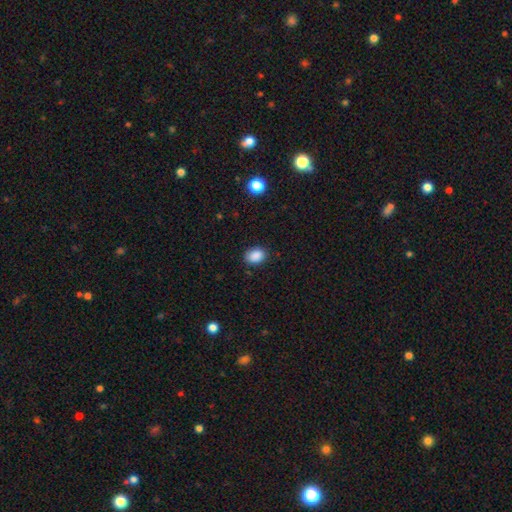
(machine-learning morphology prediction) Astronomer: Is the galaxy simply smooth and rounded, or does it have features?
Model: smooth — 88%.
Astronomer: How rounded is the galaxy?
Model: in between — 68%.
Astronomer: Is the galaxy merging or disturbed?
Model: none — 86%.